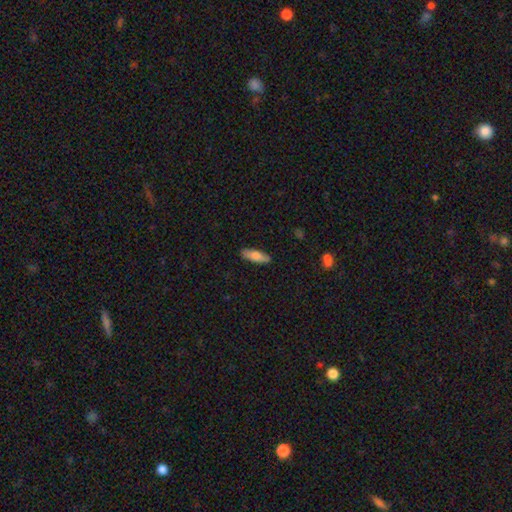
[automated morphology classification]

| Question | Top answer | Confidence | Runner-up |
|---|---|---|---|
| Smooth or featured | smooth | 74% | featured or disk (20%) |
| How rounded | in between | 52% | cigar-shaped (46%) |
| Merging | none | 88% | minor disturbance (9%) |